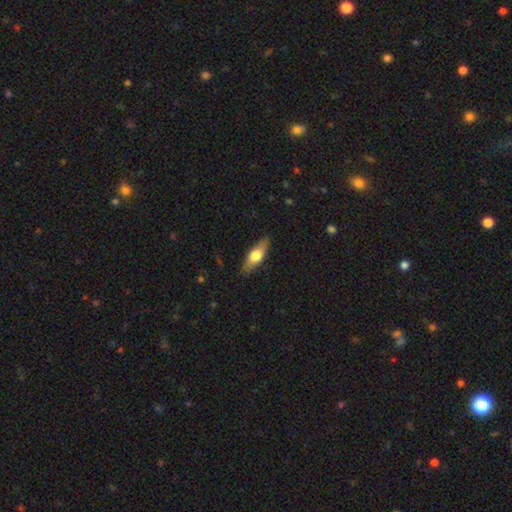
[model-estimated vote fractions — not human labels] smooth_or_featured: smooth (p=0.56) [alt: featured or disk p=0.38]
how_rounded: in between (p=0.58) [alt: cigar-shaped p=0.39]
merging: none (p=0.85) [alt: minor disturbance p=0.11]